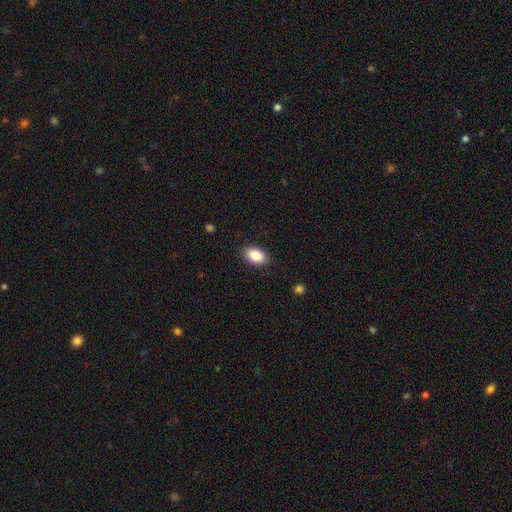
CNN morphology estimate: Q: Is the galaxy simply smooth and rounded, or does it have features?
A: smooth — 87%.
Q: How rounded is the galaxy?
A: in between — 90%.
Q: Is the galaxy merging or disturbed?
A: none — 88%.